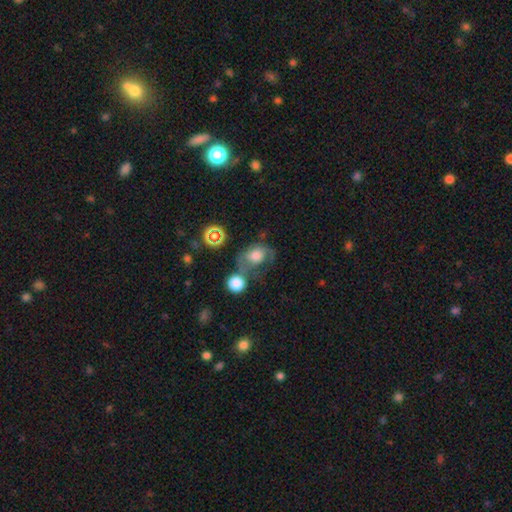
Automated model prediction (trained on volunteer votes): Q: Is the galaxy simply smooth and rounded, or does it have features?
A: smooth — 54%.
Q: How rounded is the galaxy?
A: in between — 59%.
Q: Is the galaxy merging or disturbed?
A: none — 28%.